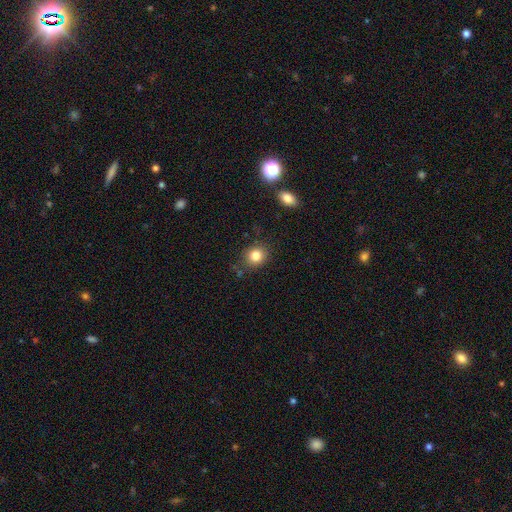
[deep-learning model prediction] Smooth or featured? Predicted: smooth (p=0.83). How rounded? Predicted: round (p=0.75). Merging? Predicted: none (p=0.81).